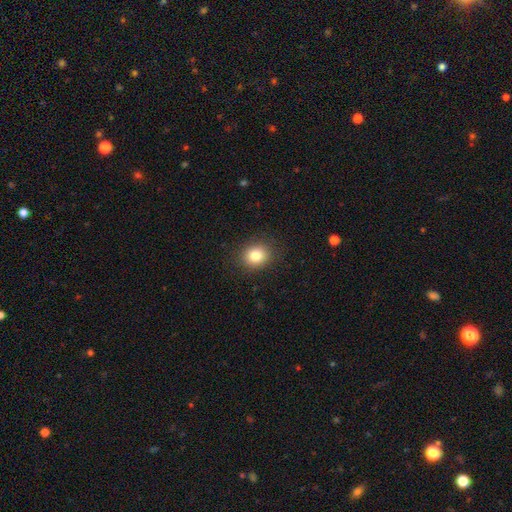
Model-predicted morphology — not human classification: The model was most divided on "how rounded": round: 73%, in between: 26%, cigar-shaped: 1%. More confident: merging — none (89%); smooth or featured — smooth (82%).